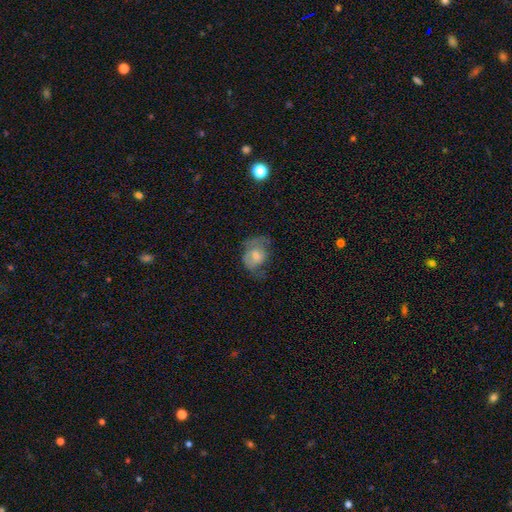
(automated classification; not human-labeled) The model was most divided on "smooth or featured": smooth: 46%, featured or disk: 43%, star or artifact: 11%. Remaining: merging — none (42%).